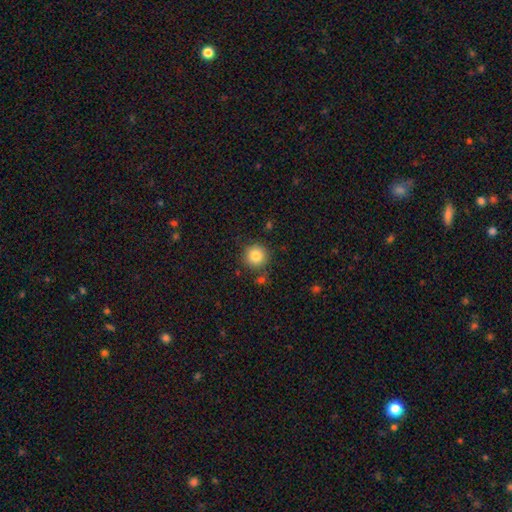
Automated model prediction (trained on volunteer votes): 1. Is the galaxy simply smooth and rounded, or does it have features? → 83% smooth, 10% star or artifact, 7% featured or disk.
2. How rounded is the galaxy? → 94% round, 5% in between, 1% cigar-shaped.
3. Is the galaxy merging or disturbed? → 85% none, 8% minor disturbance, 4% merger, 3% major disturbance.